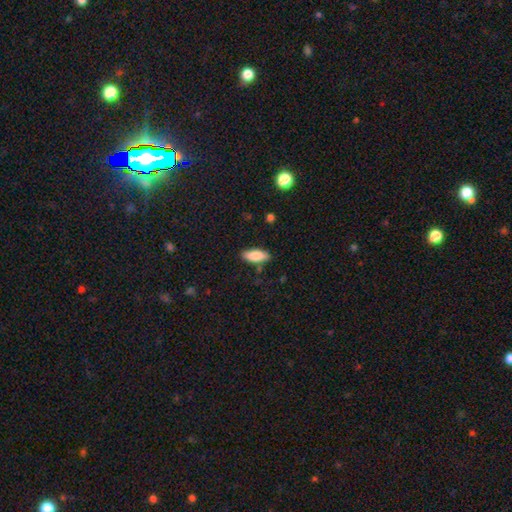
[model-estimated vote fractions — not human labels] Morphology: type=smooth (83%); roundness=in between (75%); merging=none (83%).